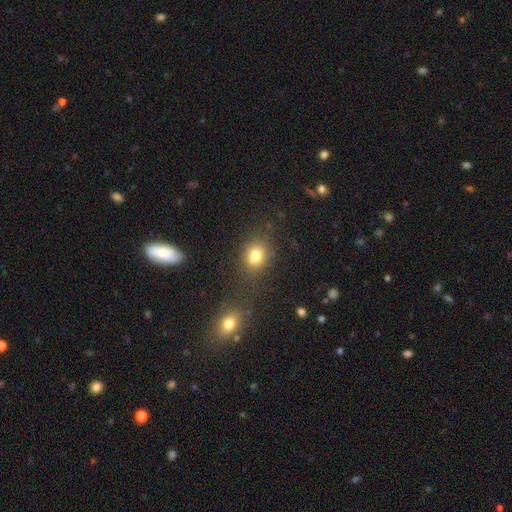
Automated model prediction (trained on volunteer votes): This appears to be a smooth galaxy with no disk features (76%) that is round (62%). Merging: none (67%).